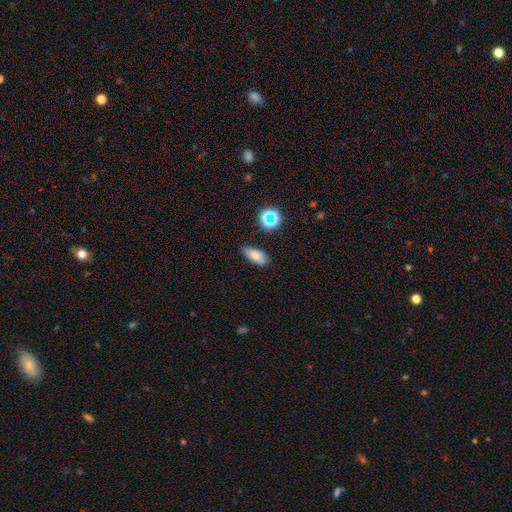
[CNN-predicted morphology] type=smooth (79%); roundness=in between (80%); merging=none (78%).